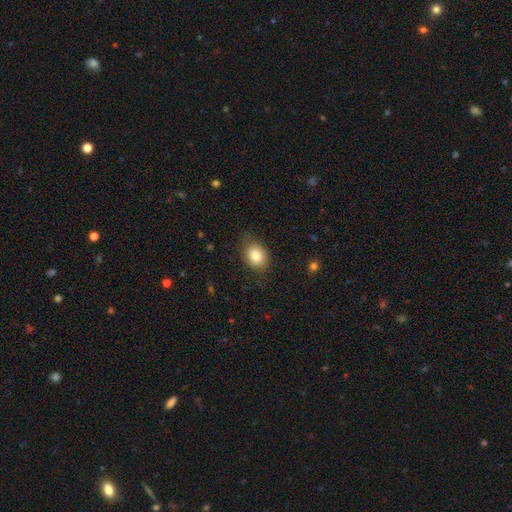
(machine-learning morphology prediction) A smooth galaxy with no disk features (83%) that is in between round and cigar-shaped (55%).

Vote fractions:
- Smooth or featured? smooth: 83% / star or artifact: 9% / featured or disk: 8%
- How rounded? in between: 55% / round: 44% / cigar-shaped: 1%
- Merging? none: 76% / minor disturbance: 18% / major disturbance: 5% / merger: 1%